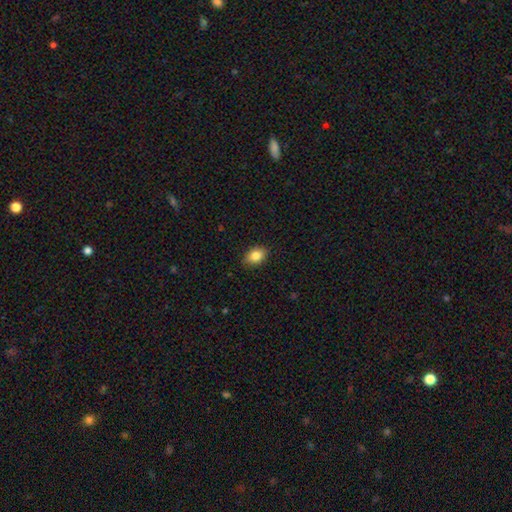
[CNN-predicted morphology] Q: Smooth or featured?
A: smooth (85%); runner-up: star or artifact (8%)
Q: How rounded?
A: in between (79%); runner-up: round (19%)
Q: Merging?
A: none (87%); runner-up: minor disturbance (10%)